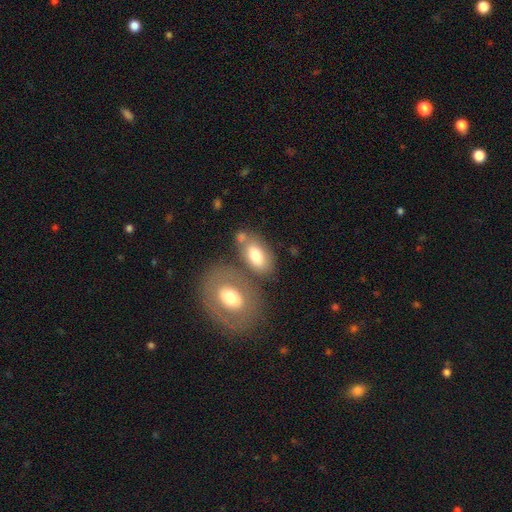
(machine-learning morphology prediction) smooth-or-featured: smooth: 69% | featured or disk: 24% | star or artifact: 7%
  how-rounded: in between: 89% | round: 8% | cigar-shaped: 3%
  merging: none: 55% | merger: 26% | minor disturbance: 14% | major disturbance: 6%